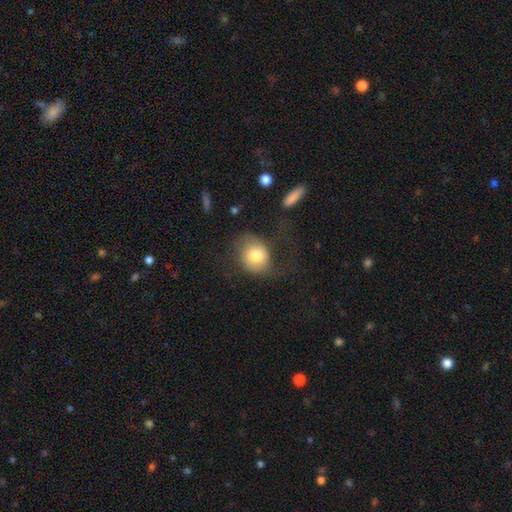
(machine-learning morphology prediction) Overall: smooth (71%). How rounded: round (59%; in between 40%). Merging: none (44%; major disturbance 33%).